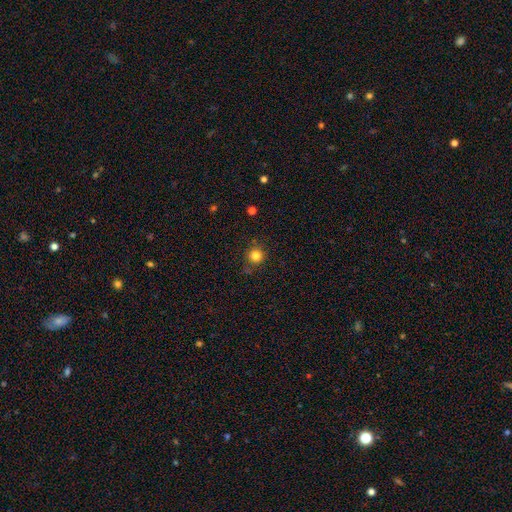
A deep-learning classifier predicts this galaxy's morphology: Q: Smooth or featured?
A: smooth (83%); runner-up: star or artifact (12%)
Q: How rounded?
A: round (94%); runner-up: in between (5%)
Q: Merging?
A: none (84%); runner-up: minor disturbance (10%)